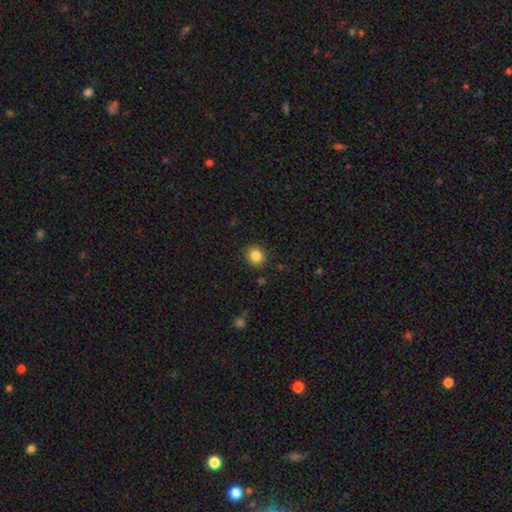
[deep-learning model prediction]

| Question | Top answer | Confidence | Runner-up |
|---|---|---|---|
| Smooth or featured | smooth | 84% | star or artifact (10%) |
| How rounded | round | 86% | in between (13%) |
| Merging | none | 90% | minor disturbance (7%) |